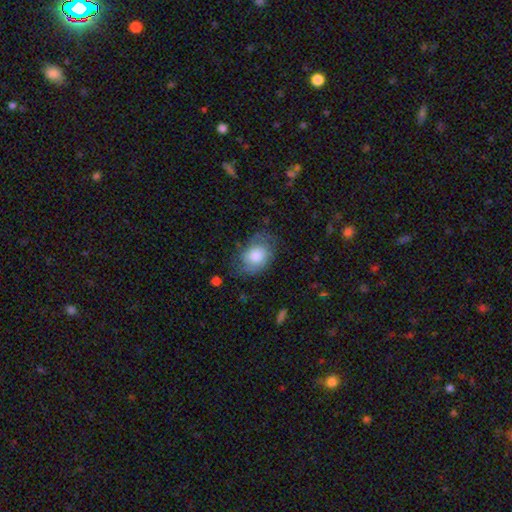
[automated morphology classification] The model was most divided on "merging": none: 61%, minor disturbance: 26%, major disturbance: 11%, merger: 1%. More confident: how rounded — in between (71%); smooth or featured — smooth (66%).